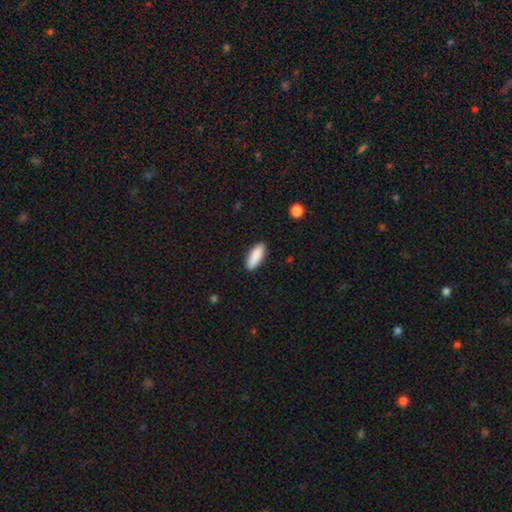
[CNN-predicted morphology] Overall: smooth (88%). How rounded: in between (61%; cigar-shaped 37%). Merging: none (88%).